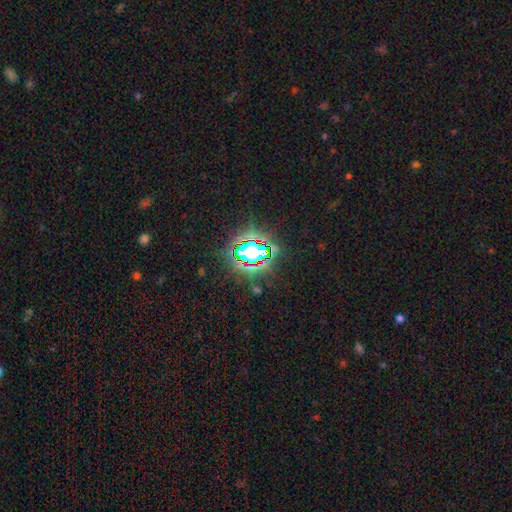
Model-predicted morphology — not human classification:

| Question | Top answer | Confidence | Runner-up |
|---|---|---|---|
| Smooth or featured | star or artifact | 78% | smooth (13%) |